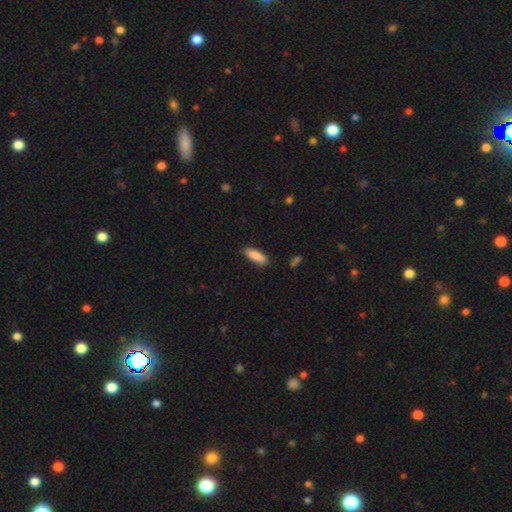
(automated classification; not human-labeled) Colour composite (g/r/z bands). It shows a smooth galaxy with no disk features (87%) that is in between round and cigar-shaped (58%). Merging: none (83%).